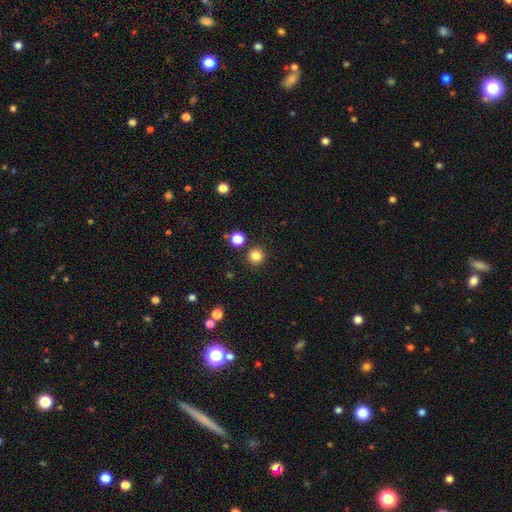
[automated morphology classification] smooth-or-featured: smooth: 84% | star or artifact: 13% | featured or disk: 4%
  how-rounded: round: 95% | in between: 4% | cigar-shaped: 1%
  merging: none: 89% | minor disturbance: 5% | merger: 4% | major disturbance: 2%